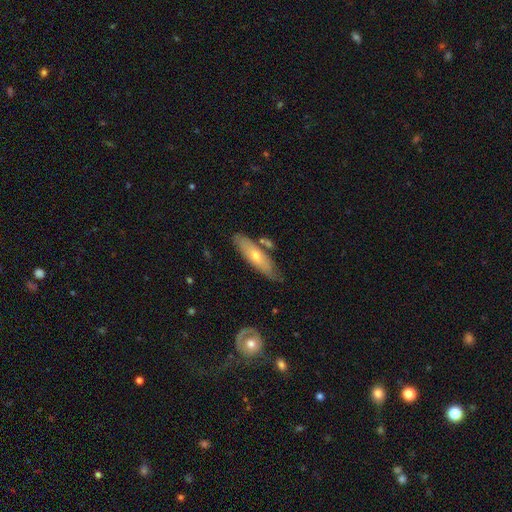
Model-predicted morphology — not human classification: Overall: smooth (48%; featured or disk 46%). Merging: none (70%).